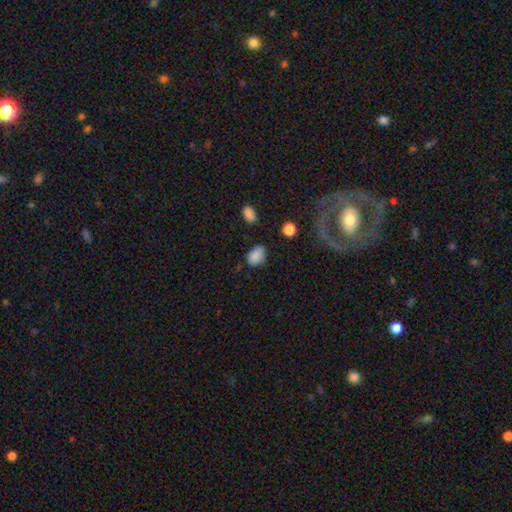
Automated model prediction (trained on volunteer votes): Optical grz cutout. It shows a smooth galaxy with no disk features (85%) that is in between round and cigar-shaped (81%). Merging: none (66%).